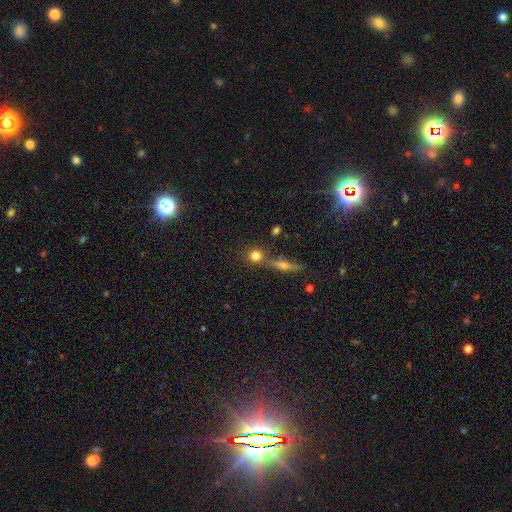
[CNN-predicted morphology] A smooth galaxy with no disk features (74%) that is round (85%).

Vote fractions:
- Smooth or featured? smooth: 74% / featured or disk: 13% / star or artifact: 13%
- How rounded? round: 85% / in between: 11% / cigar-shaped: 4%
- Merging? none: 69% / merger: 19% / minor disturbance: 9% / major disturbance: 3%